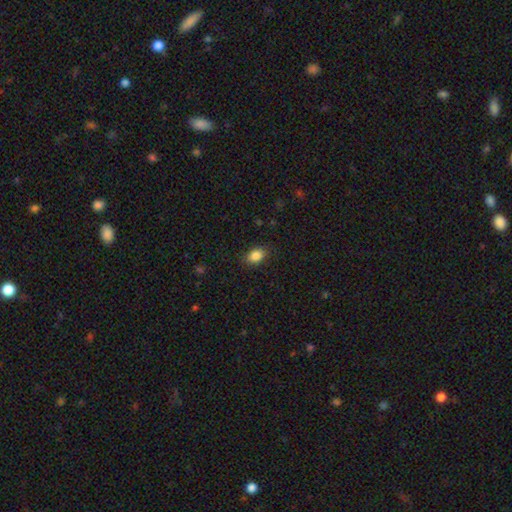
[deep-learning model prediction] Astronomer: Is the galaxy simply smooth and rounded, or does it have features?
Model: smooth — 86%.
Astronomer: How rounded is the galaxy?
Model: in between — 76%.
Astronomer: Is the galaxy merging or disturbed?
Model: none — 85%.